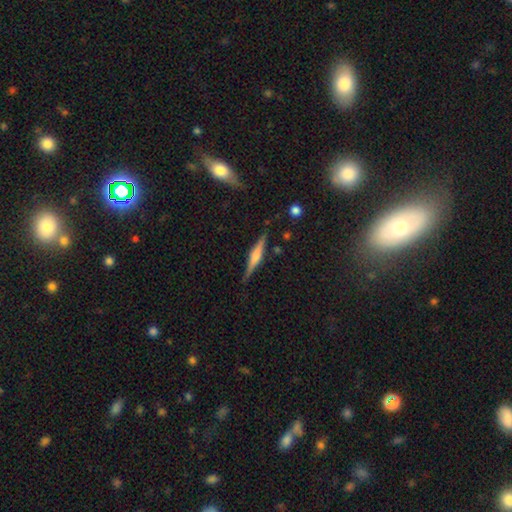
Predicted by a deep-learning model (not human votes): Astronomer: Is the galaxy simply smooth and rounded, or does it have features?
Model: featured or disk — 70%.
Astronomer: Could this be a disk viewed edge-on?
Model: yes — 98%.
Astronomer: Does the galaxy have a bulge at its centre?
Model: rounded — 65%.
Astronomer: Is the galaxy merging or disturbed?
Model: none — 87%.